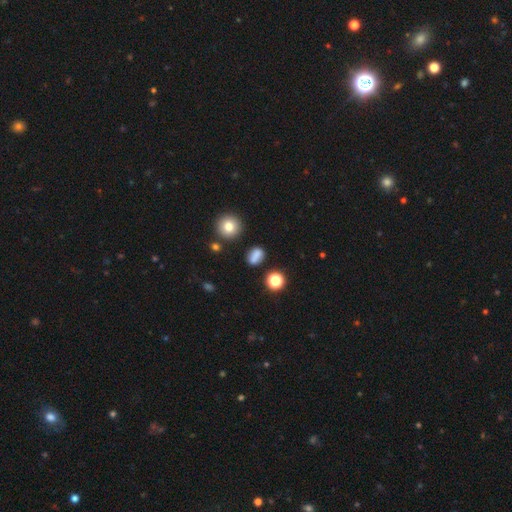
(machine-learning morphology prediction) A smooth galaxy with no disk features (75%) that is in between round and cigar-shaped (62%). Merging: none (74%).